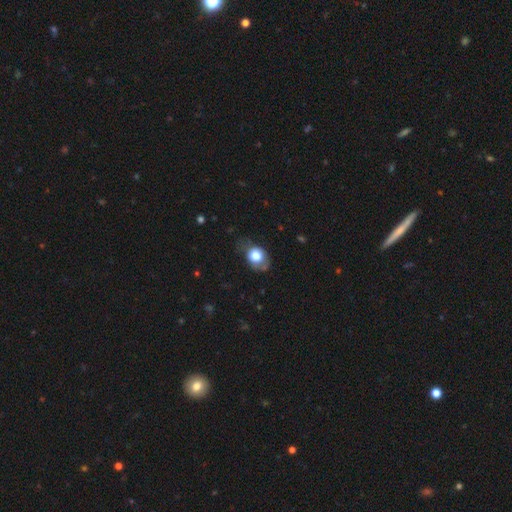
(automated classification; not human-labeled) A smooth galaxy with no disk features (73%) that is in between round and cigar-shaped (54%). Merging: none (50%).